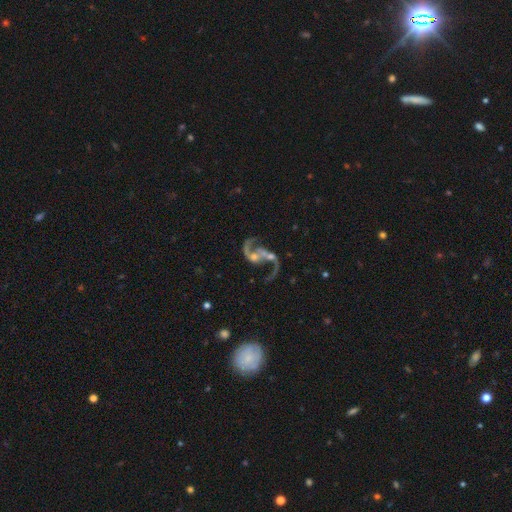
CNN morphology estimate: This appears to be a featured or disk galaxy (83%) with no bar (60%), 2 (82%) loose (76%) spiral arms (88%) and a small central bulge (39%). Merging: merger (39%).